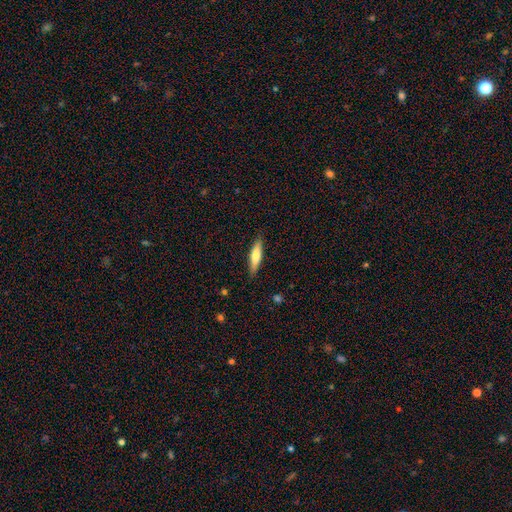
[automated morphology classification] Smooth or featured? smooth (63%)
How rounded? cigar-shaped (75%)
Merging? none (87%)